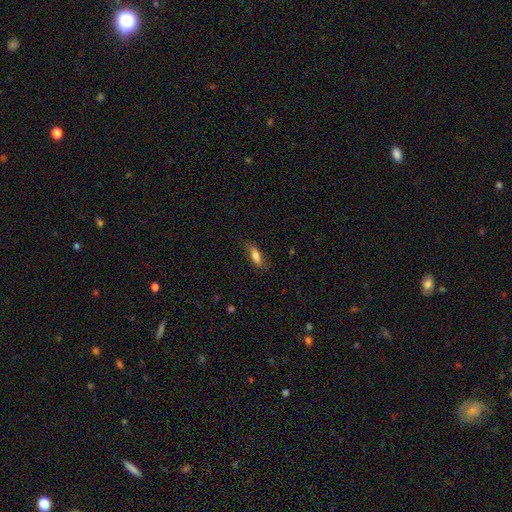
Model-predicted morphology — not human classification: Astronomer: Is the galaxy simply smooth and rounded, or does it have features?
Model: smooth — 74%.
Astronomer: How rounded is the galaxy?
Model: in between — 58% (runner-up: cigar-shaped, 40%).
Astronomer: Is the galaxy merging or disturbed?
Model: none — 77%.